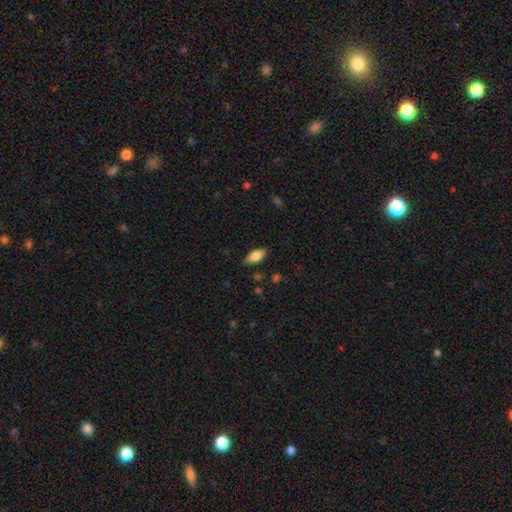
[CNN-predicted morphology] type=smooth (79%); roundness=in between (85%); merging=none (85%).